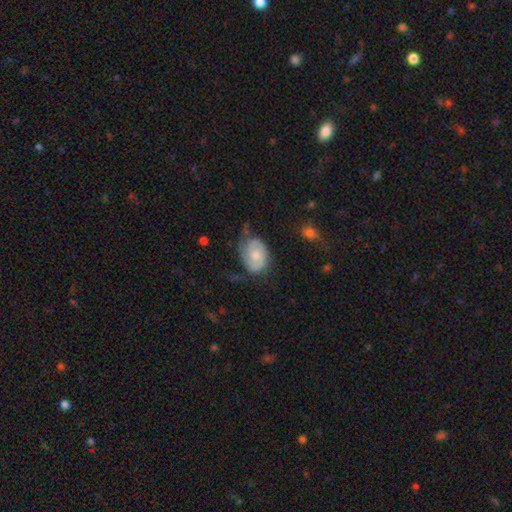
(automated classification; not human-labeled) A featured or disk galaxy (60%) with no bar (71%), spiral arms (84%) and a moderate central bulge (54%).

Vote fractions:
- Smooth or featured? featured or disk: 60% / smooth: 34% / star or artifact: 7%
- Edge-on disk? no: 97% / yes: 3%
- Bar? no: 71% / weak: 26% / strong: 4%
- Spiral arms? yes: 84% / no: 16%
- Bulge size? moderate: 54% / small: 33% / large: 6% / none: 5% / dominant: 1%
- Merging? none: 45% / minor disturbance: 32% / major disturbance: 20% / merger: 3%